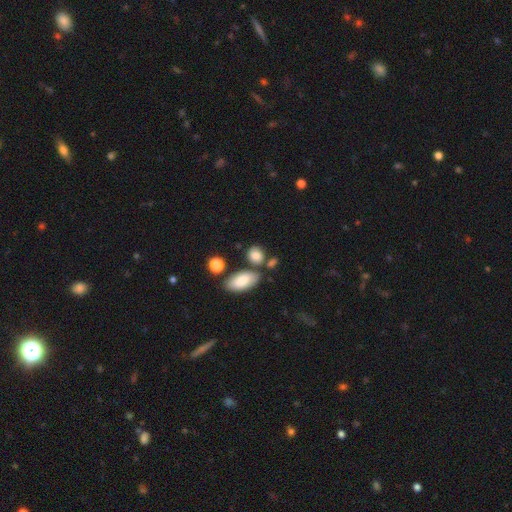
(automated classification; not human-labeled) A smooth galaxy with no disk features (84%) that is in between round and cigar-shaped (60%). Merging: none (66%).